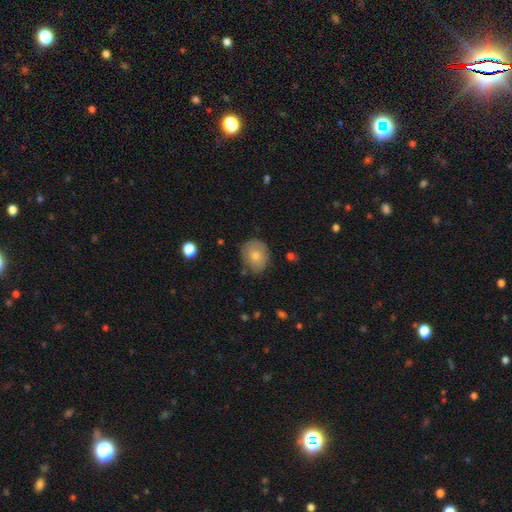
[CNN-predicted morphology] type=smooth (74%); roundness=round (61%); merging=none (72%).